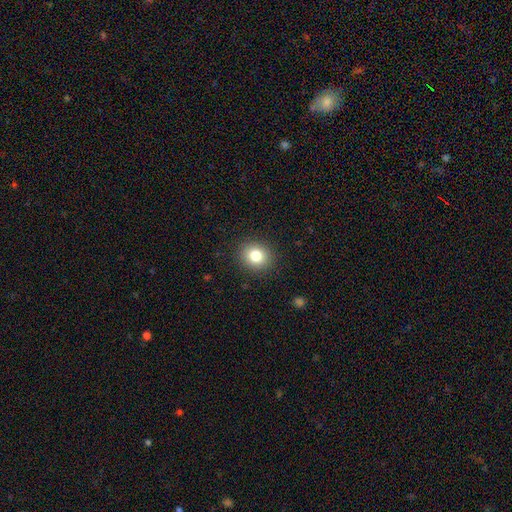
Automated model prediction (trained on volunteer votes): A smooth galaxy with no disk features (80%) that is round (76%). Merging: none (90%).